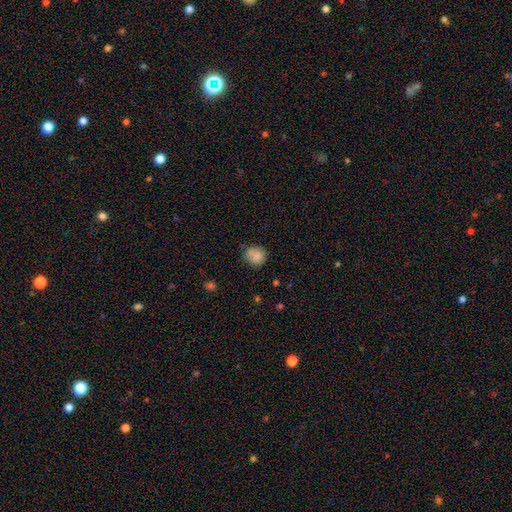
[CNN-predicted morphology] This is clearly a smooth galaxy (83%). How rounded: clearly round (80%). Merging: likely none (65%).